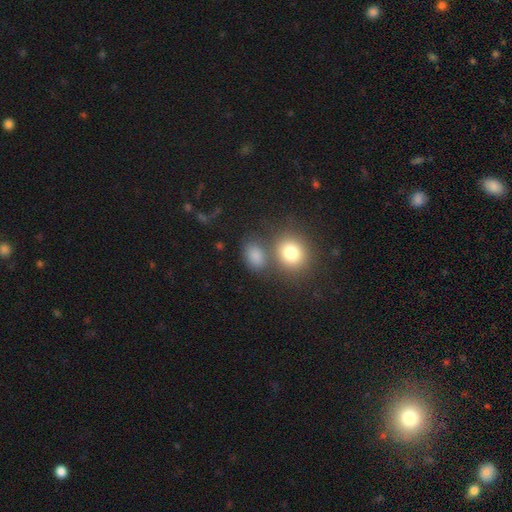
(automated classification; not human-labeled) Smooth or featured? Predicted: smooth (p=0.80). How rounded? Predicted: in between (p=0.63). Merging? Predicted: none (p=0.58).